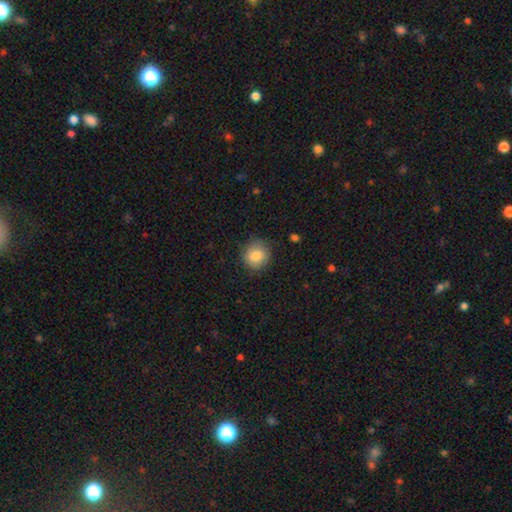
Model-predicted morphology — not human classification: smooth-or-featured: smooth: 84% | featured or disk: 8% | star or artifact: 8%
  how-rounded: round: 85% | in between: 14% | cigar-shaped: 1%
  merging: none: 81% | minor disturbance: 14% | major disturbance: 4% | merger: 1%